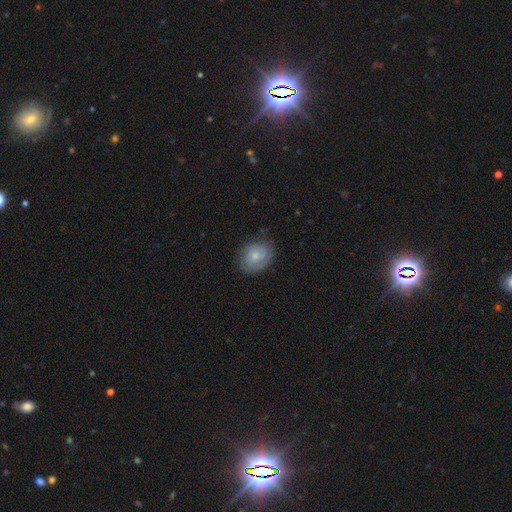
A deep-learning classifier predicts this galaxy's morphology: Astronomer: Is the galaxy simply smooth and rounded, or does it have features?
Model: smooth — 58% (runner-up: featured or disk, 35%).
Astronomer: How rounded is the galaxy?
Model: in between — 55% (runner-up: round, 44%).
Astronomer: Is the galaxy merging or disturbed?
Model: none — 73%.